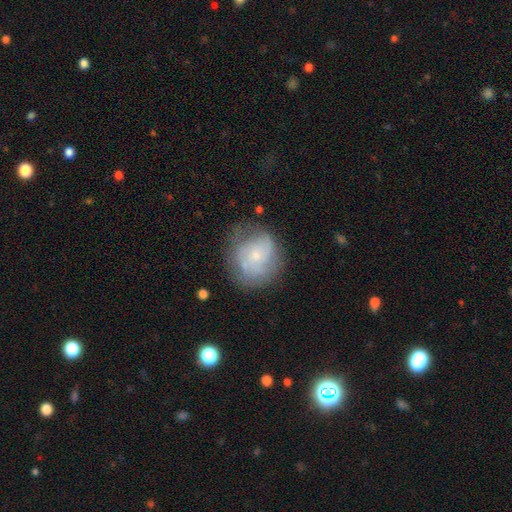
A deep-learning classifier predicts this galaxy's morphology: smooth-or-featured: featured or disk: 52% | smooth: 39% | star or artifact: 9%
  disk-edge-on: no: 97% | yes: 3%
    bar: no: 82% | weak: 16% | strong: 3%
    has-spiral-arms: yes: 66% | no: 34%
    bulge-size: small: 72% | moderate: 21% | none: 4% | large: 2% | dominant: 1%
  merging: none: 60% | minor disturbance: 24% | major disturbance: 12% | merger: 3%